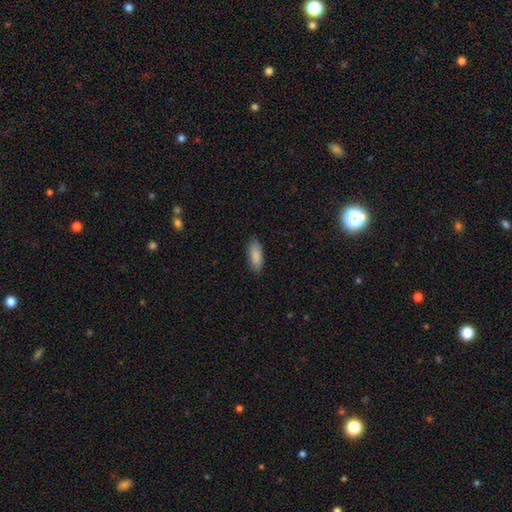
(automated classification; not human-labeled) Smooth or featured: smooth — 88% (star or artifact — 6%)
How rounded: in between — 76% (cigar-shaped — 23%)
Merging: none — 85% (minor disturbance — 12%)